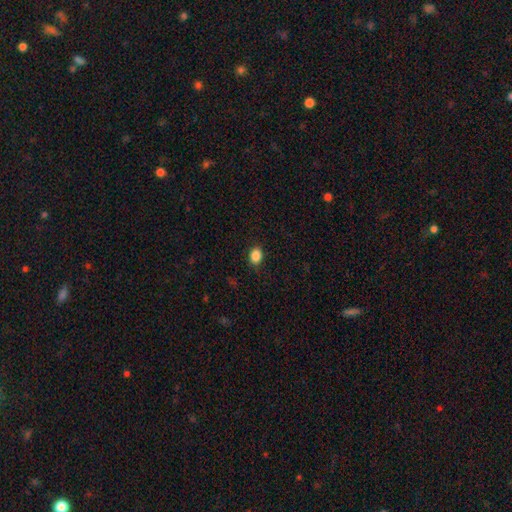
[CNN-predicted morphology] smooth_or_featured: smooth (p=0.87) [alt: star or artifact p=0.10]
how_rounded: in between (p=0.59) [alt: round p=0.40]
merging: none (p=0.87) [alt: minor disturbance p=0.10]